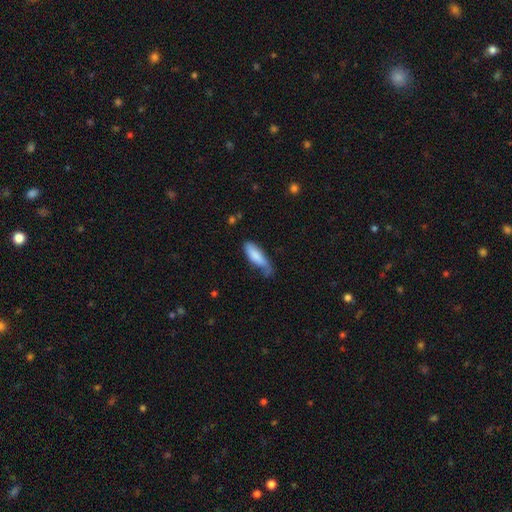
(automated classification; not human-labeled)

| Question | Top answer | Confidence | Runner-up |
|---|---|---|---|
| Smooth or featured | smooth | 80% | featured or disk (14%) |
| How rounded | in between | 51% | cigar-shaped (48%) |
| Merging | none | 43% | minor disturbance (40%) |